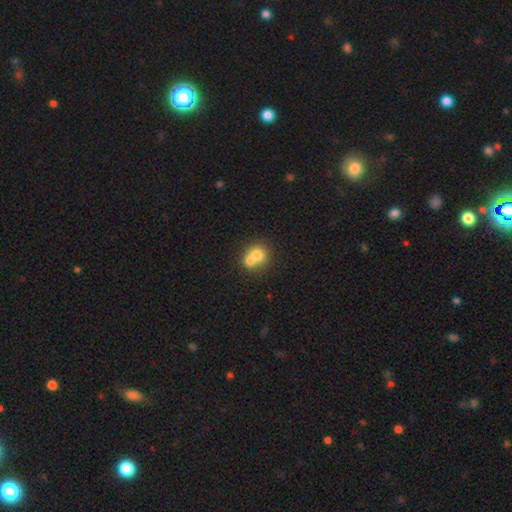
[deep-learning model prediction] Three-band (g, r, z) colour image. It shows a smooth galaxy with no disk features (71%) that is round (76%). Merging: merger (60%).